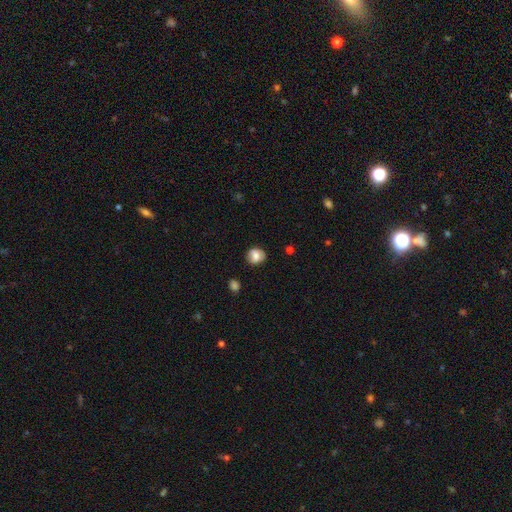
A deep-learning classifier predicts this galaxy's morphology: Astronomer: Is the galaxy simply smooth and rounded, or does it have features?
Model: smooth — 76%.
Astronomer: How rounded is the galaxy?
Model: round — 73%.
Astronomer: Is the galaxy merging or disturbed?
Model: none — 82%.